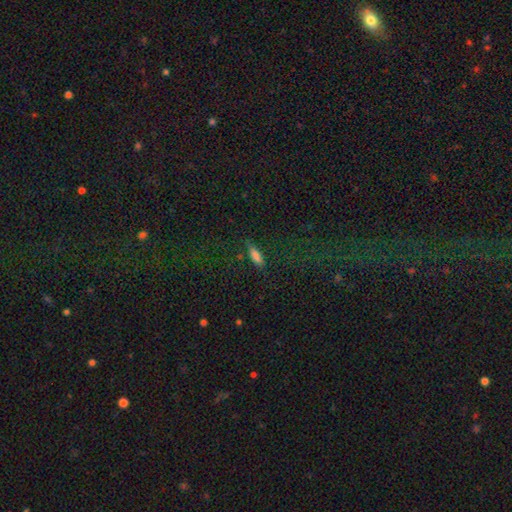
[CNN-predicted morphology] smooth_or_featured: smooth (p=0.77) [alt: featured or disk p=0.12]
how_rounded: cigar-shaped (p=0.49) [alt: in between p=0.48]
merging: none (p=0.76) [alt: minor disturbance p=0.18]